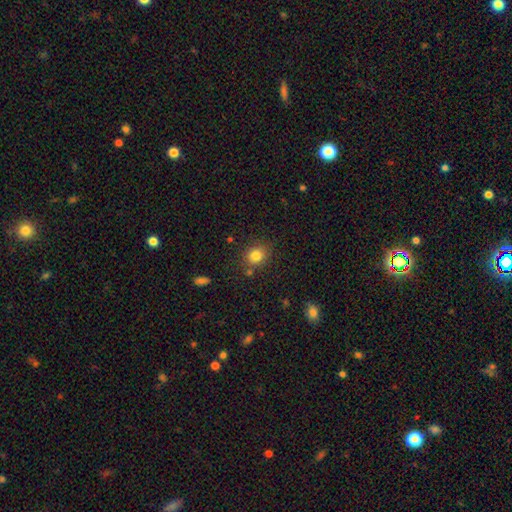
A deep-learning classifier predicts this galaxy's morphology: Smooth or featured?
  - smooth: 81% *
  - star or artifact: 12%
  - featured or disk: 7%
How rounded?
  - round: 68% *
  - in between: 31%
  - cigar-shaped: 1%
Merging?
  - none: 78% *
  - minor disturbance: 12%
  - merger: 6%
  - major disturbance: 3%